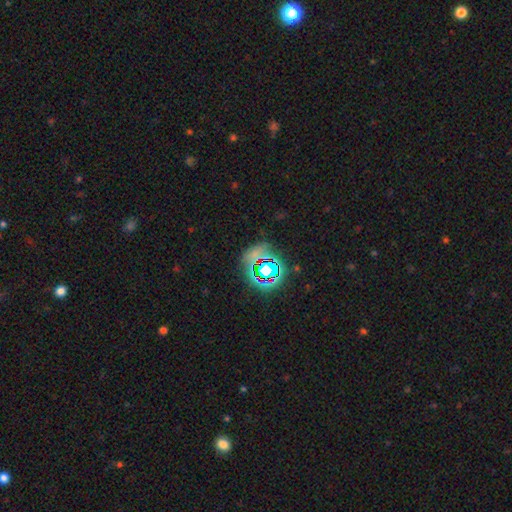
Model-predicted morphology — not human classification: Smooth or featured? star or artifact (57%)